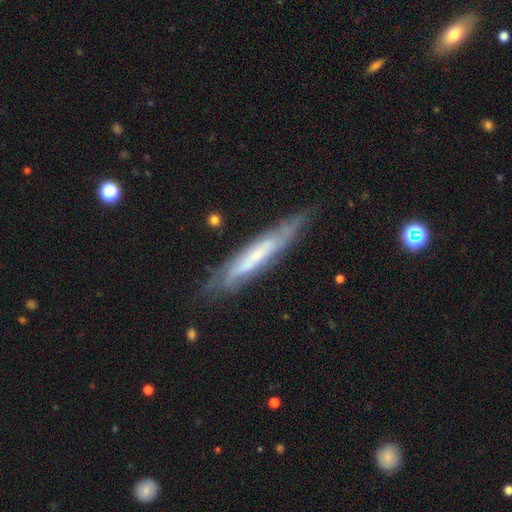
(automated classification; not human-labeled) Q: Smooth or featured?
A: featured or disk (68%); runner-up: smooth (25%)
Q: Edge-on disk?
A: yes (58%); runner-up: no (42%)
Q: Merging?
A: none (74%); runner-up: minor disturbance (19%)